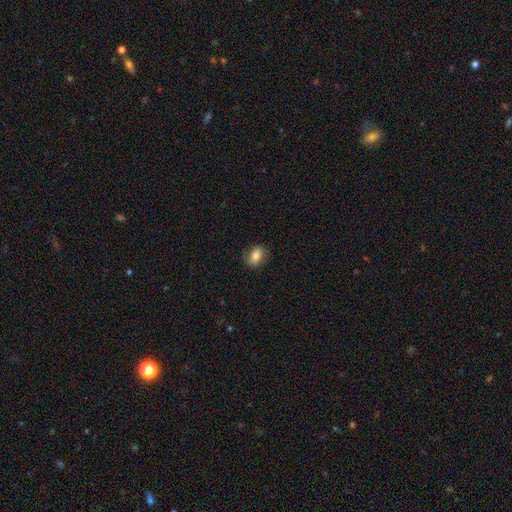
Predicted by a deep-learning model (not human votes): A smooth galaxy with no disk features (79%) that is in between round and cigar-shaped (72%). Merging: none (81%).